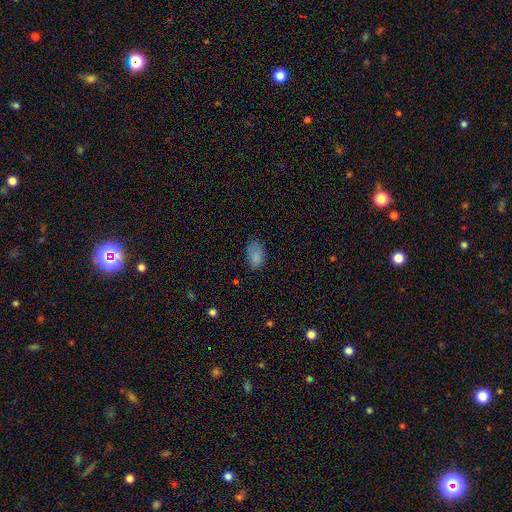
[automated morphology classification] Smooth or featured? smooth (83%)
How rounded? in between (90%)
Merging? none (67%)